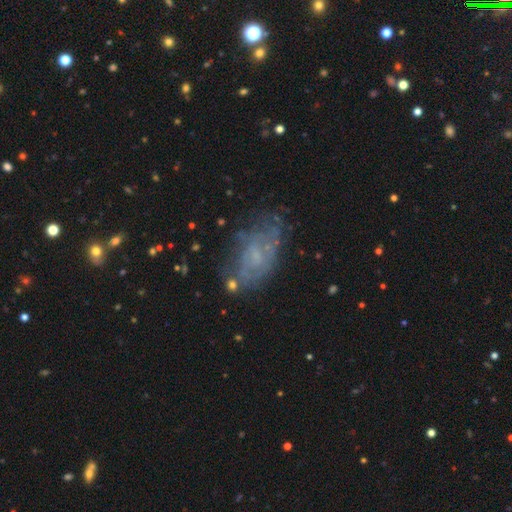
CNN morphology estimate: Q: Smooth or featured?
A: featured or disk (56%); runner-up: smooth (31%)
Q: Edge-on disk?
A: no (95%); runner-up: yes (5%)
Q: Bar?
A: no (66%); runner-up: weak (29%)
Q: Spiral arms?
A: yes (53%); runner-up: no (47%)
Q: Bulge size?
A: none (41%); runner-up: small (40%)
Q: Merging?
A: none (54%); runner-up: minor disturbance (25%)